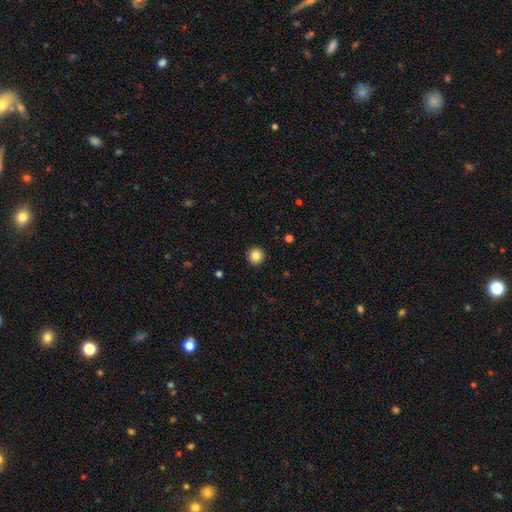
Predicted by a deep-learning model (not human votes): Smooth or featured?
  - smooth: 85% *
  - star or artifact: 10%
  - featured or disk: 5%
How rounded?
  - round: 96% *
  - in between: 3%
  - cigar-shaped: 1%
Merging?
  - none: 93% *
  - minor disturbance: 4%
  - major disturbance: 1%
  - merger: 1%